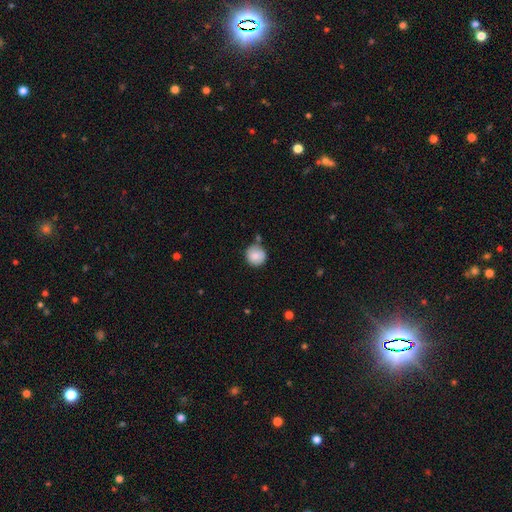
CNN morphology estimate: Smooth or featured? Predicted: smooth (p=0.84). How rounded? Predicted: round (p=0.93). Merging? Predicted: none (p=0.73).